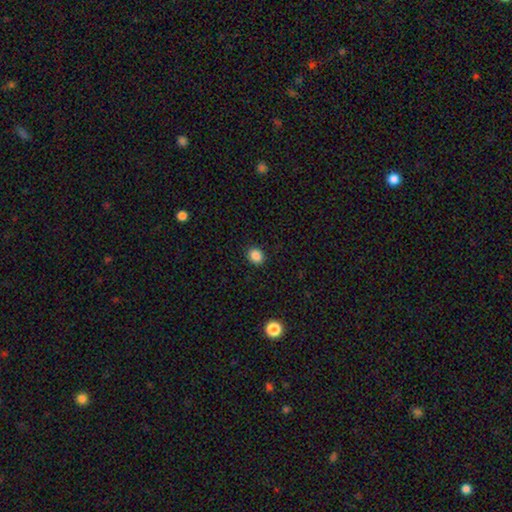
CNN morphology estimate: Q: Smooth or featured?
A: smooth (87%); runner-up: star or artifact (10%)
Q: How rounded?
A: round (59%); runner-up: in between (40%)
Q: Merging?
A: none (90%); runner-up: minor disturbance (7%)